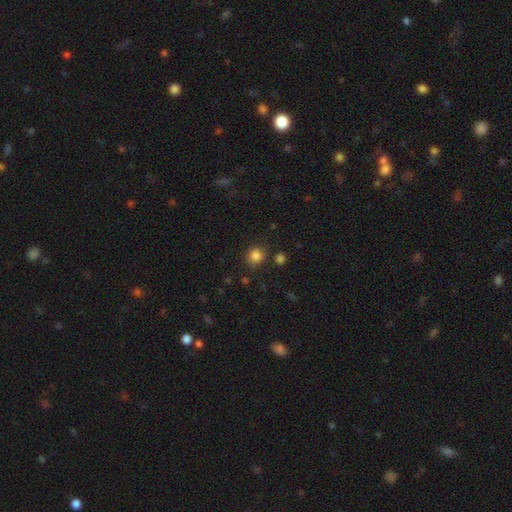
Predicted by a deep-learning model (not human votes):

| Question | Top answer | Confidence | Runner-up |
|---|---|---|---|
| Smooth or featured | smooth | 84% | star or artifact (12%) |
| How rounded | round | 86% | in between (13%) |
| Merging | none | 84% | minor disturbance (9%) |